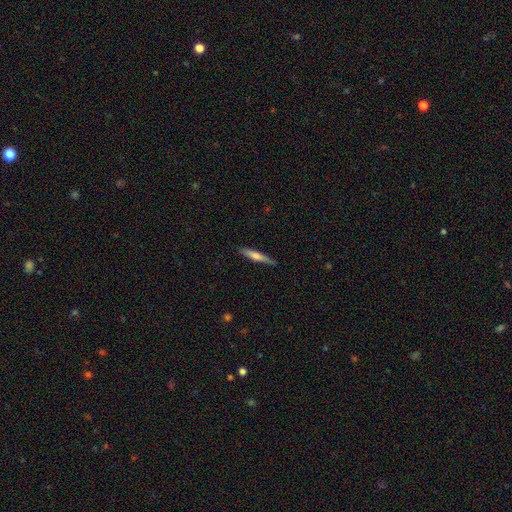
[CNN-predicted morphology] Smooth or featured? smooth (52%)
How rounded? cigar-shaped (93%)
Merging? none (87%)